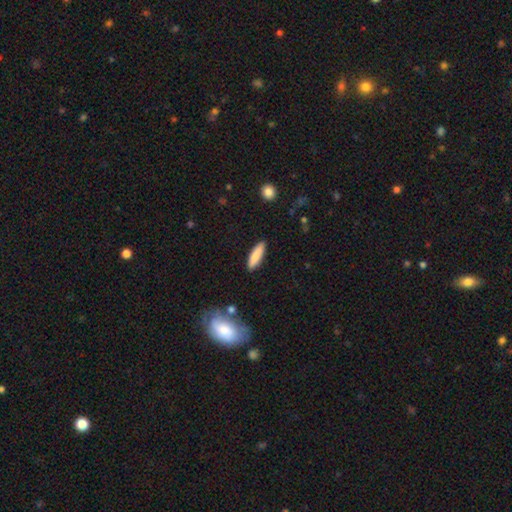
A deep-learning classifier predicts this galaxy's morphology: Smooth or featured: smooth — 84% (featured or disk — 10%)
How rounded: cigar-shaped — 68% (in between — 31%)
Merging: none — 89% (minor disturbance — 8%)